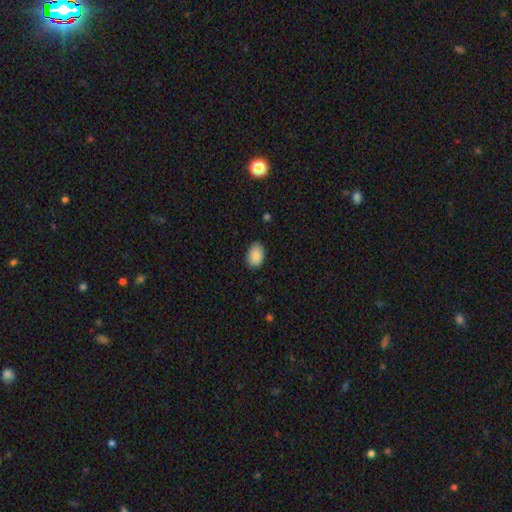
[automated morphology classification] Smooth or featured? smooth (88%)
How rounded? in between (85%)
Merging? none (83%)